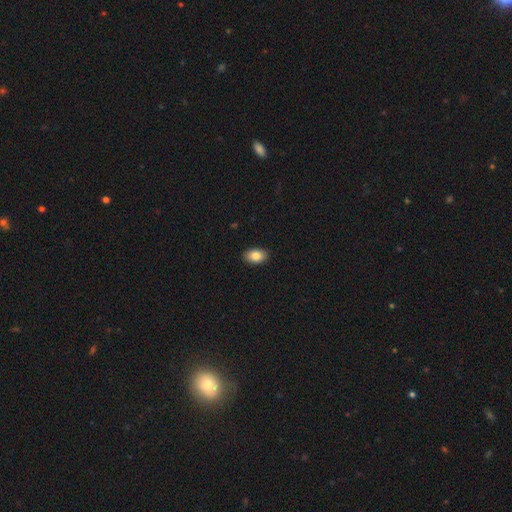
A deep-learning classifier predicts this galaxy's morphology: type=smooth (85%); roundness=in between (89%); merging=none (90%).